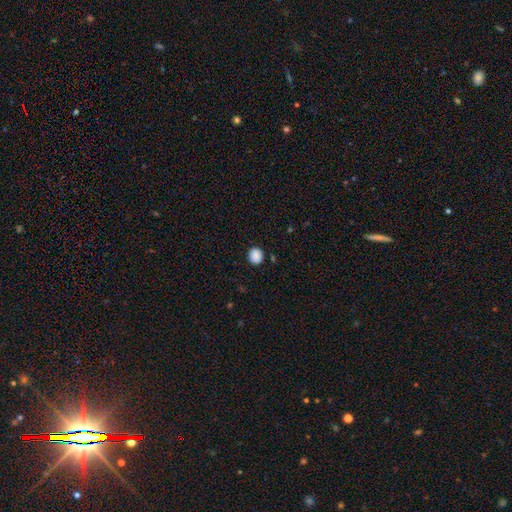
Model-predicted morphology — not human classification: smooth_or_featured: smooth (p=0.88) [alt: star or artifact p=0.09]
how_rounded: round (p=0.82) [alt: in between p=0.17]
merging: none (p=0.88) [alt: minor disturbance p=0.08]